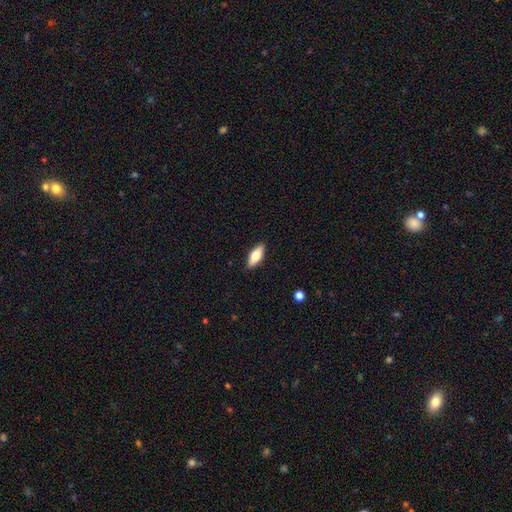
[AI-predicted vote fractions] The model was most divided on "smooth or featured": smooth: 67%, featured or disk: 27%, star or artifact: 6%. More confident: merging — none (89%); how rounded — in between (73%).